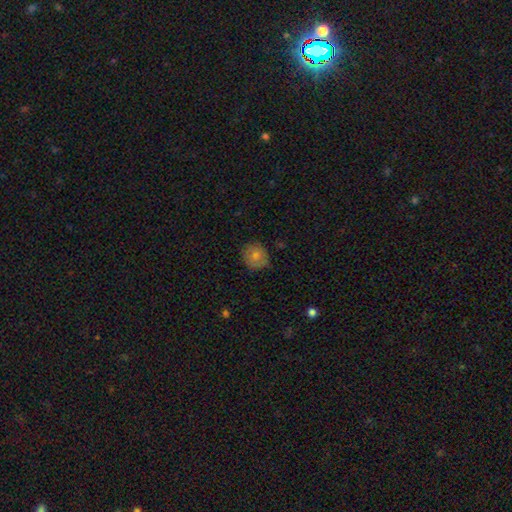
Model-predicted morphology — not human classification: Q: Smooth or featured?
A: smooth (69%); runner-up: featured or disk (21%)
Q: How rounded?
A: round (84%); runner-up: in between (15%)
Q: Merging?
A: none (80%); runner-up: minor disturbance (16%)